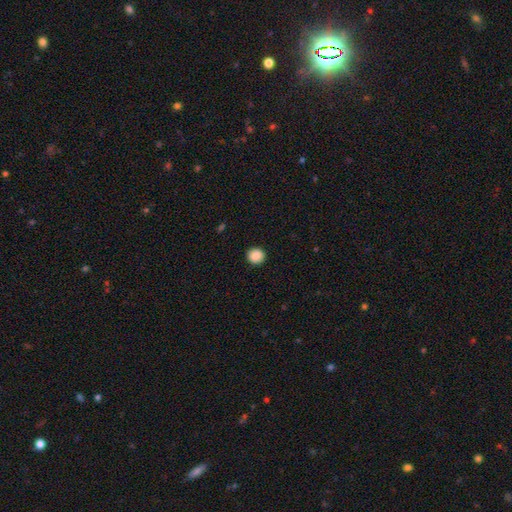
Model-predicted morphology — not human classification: Smooth or featured? Predicted: smooth (p=0.88). How rounded? Predicted: round (p=0.90). Merging? Predicted: none (p=0.91).